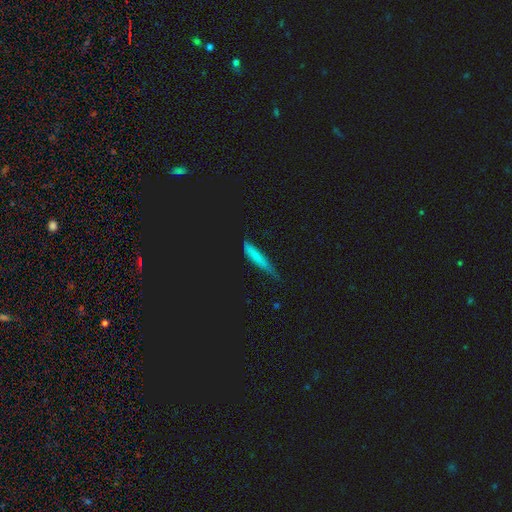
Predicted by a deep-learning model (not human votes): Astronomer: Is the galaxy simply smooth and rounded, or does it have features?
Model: smooth — 60%.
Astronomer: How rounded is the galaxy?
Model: cigar-shaped — 79%.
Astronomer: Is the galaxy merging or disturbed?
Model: none — 49% (runner-up: minor disturbance, 38%).